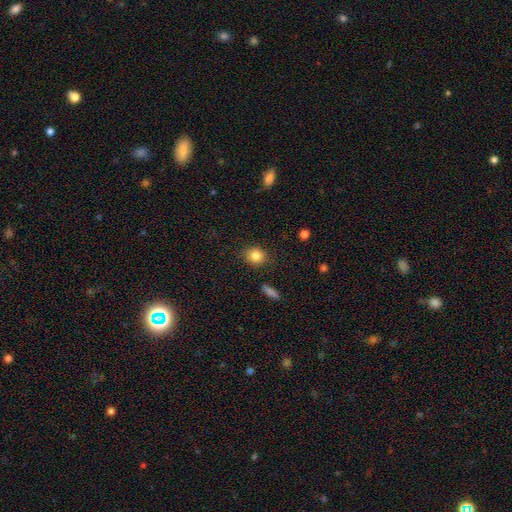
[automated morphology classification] Smooth or featured?
  - smooth: 85% *
  - star or artifact: 9%
  - featured or disk: 5%
How rounded?
  - round: 70% *
  - in between: 29%
  - cigar-shaped: 1%
Merging?
  - none: 85% *
  - minor disturbance: 10%
  - major disturbance: 3%
  - merger: 2%